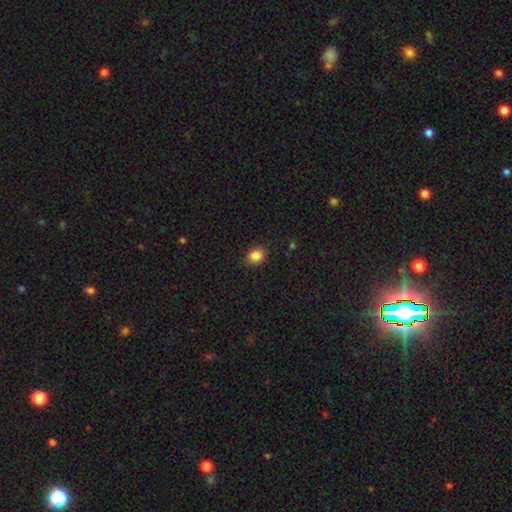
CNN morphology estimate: Overall: smooth (85%). How rounded: round (64%; in between 35%). Merging: none (87%).